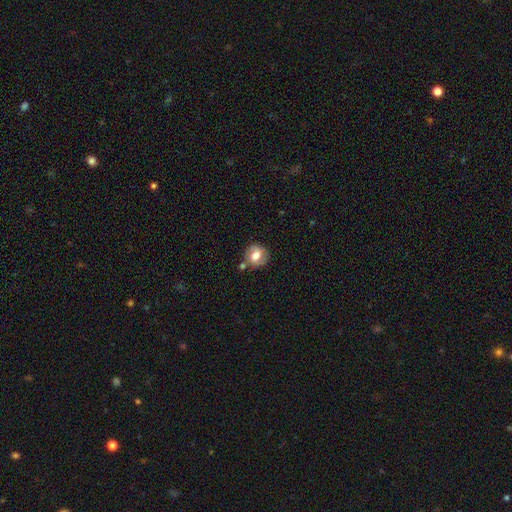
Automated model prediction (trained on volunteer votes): Smooth or featured? smooth (58%)
How rounded? round (79%)
Merging? none (69%)